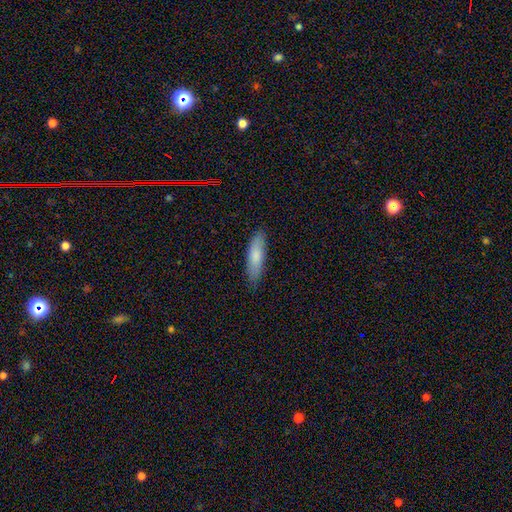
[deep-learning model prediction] Smooth or featured? smooth (78%)
How rounded? cigar-shaped (63%)
Merging? none (84%)